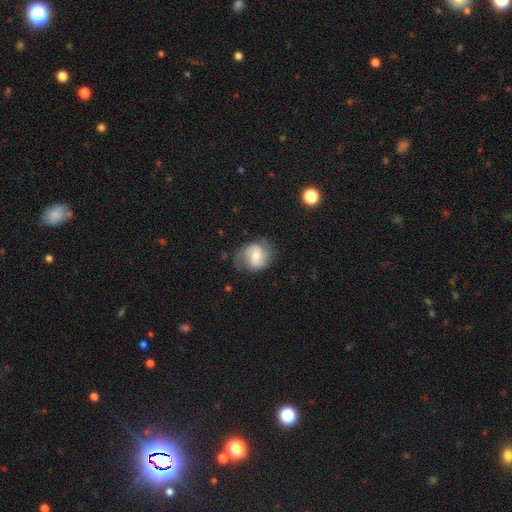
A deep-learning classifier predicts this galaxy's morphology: Q: Smooth or featured?
A: featured or disk (62%); runner-up: smooth (31%)
Q: Edge-on disk?
A: no (97%); runner-up: yes (3%)
Q: Bar?
A: weak (48%); runner-up: no (33%)
Q: Spiral arms?
A: yes (87%); runner-up: no (13%)
Q: Spiral winding?
A: medium (45%); runner-up: loose (28%)
Q: Spiral arm count?
A: 2 (77%); runner-up: can't tell (13%)
Q: Bulge size?
A: moderate (56%); runner-up: small (35%)
Q: Merging?
A: none (64%); runner-up: minor disturbance (23%)